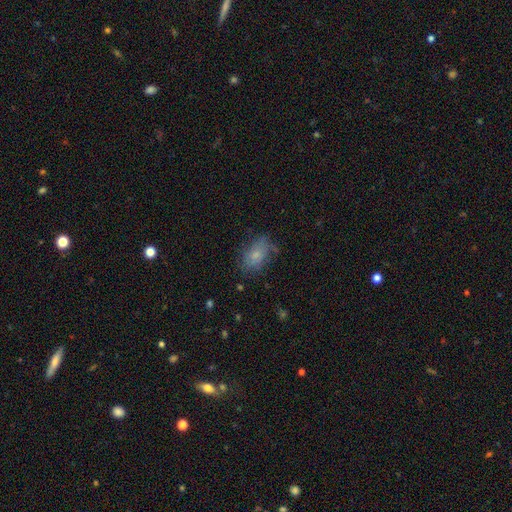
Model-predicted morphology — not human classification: Overall: smooth (71%). How rounded: in between (85%). Merging: none (61%; minor disturbance 26%).